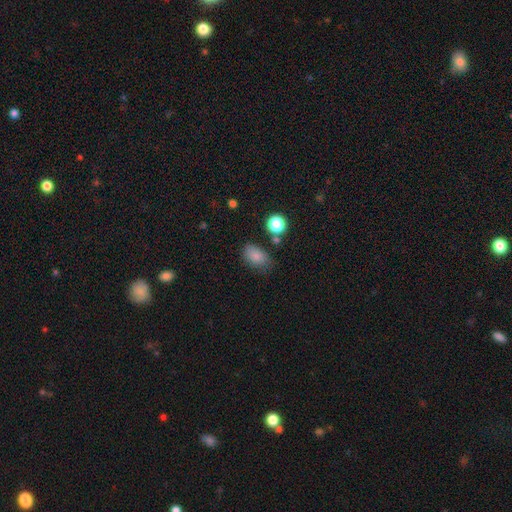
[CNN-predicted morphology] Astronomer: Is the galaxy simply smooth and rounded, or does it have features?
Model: smooth — 83%.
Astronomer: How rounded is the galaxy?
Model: in between — 86%.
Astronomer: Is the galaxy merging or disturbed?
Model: none — 67%.